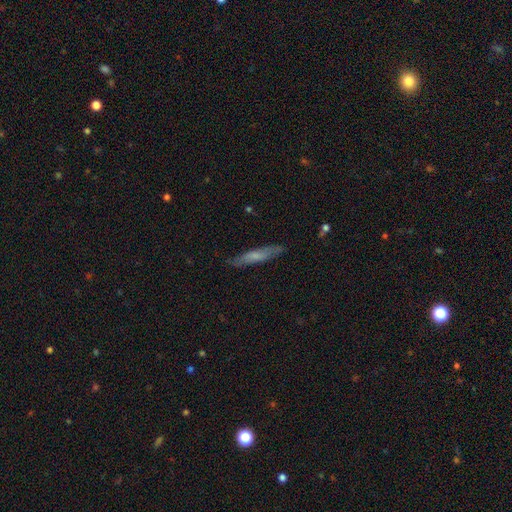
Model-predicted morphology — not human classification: The model was most divided on "smooth or featured": smooth: 55%, featured or disk: 39%, star or artifact: 6%. More confident: how rounded — cigar-shaped (89%); merging — none (84%).